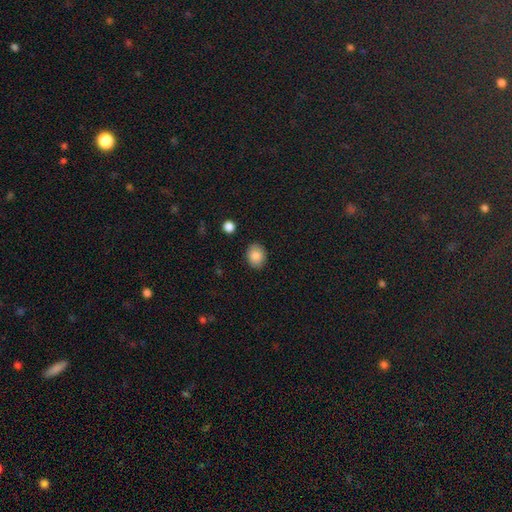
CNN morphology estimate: A smooth galaxy with no disk features (86%) that is in between round and cigar-shaped (55%).

Vote fractions:
- Smooth or featured? smooth: 86% / star or artifact: 8% / featured or disk: 6%
- How rounded? in between: 55% / round: 44% / cigar-shaped: 1%
- Merging? none: 88% / minor disturbance: 9% / major disturbance: 2% / merger: 1%